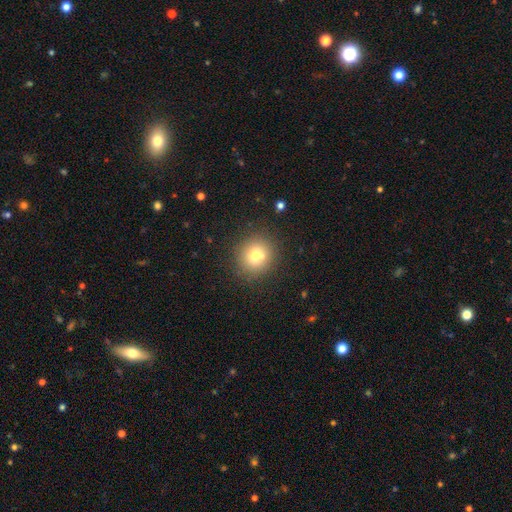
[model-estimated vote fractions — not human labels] This is likely a smooth galaxy (71%). How rounded: clearly round (90%). Merging: likely none (74%).